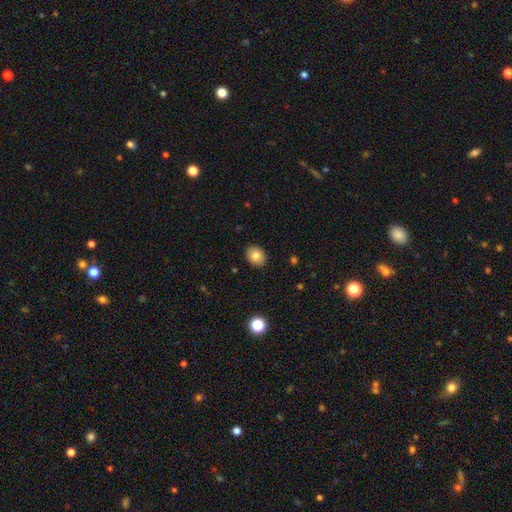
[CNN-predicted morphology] smooth 83%, star or artifact 9%, featured or disk 8%. Down the decision tree: how rounded — round (53%); merging — none (90%).